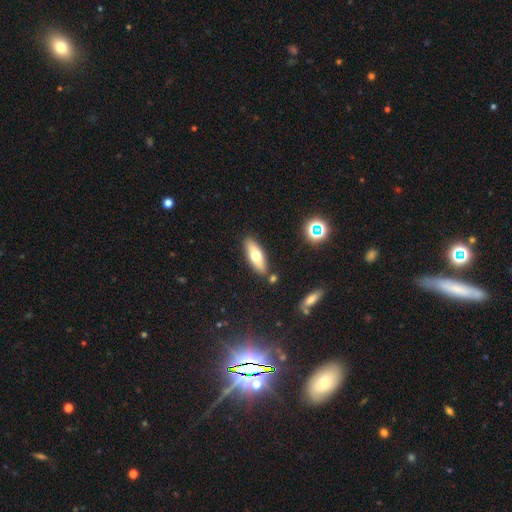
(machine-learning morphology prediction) smooth 63%, featured or disk 30%, star or artifact 7%. Down the decision tree: how rounded — in between (58%); merging — none (85%).